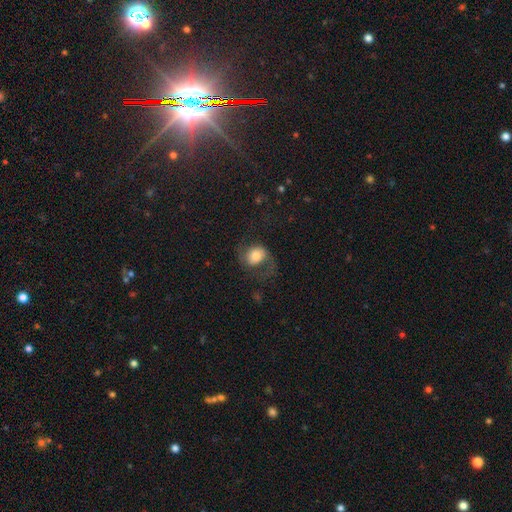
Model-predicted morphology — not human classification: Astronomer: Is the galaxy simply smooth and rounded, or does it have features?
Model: smooth — 47% (runner-up: featured or disk, 44%).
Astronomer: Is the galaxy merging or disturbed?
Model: none — 51% (runner-up: major disturbance, 28%).